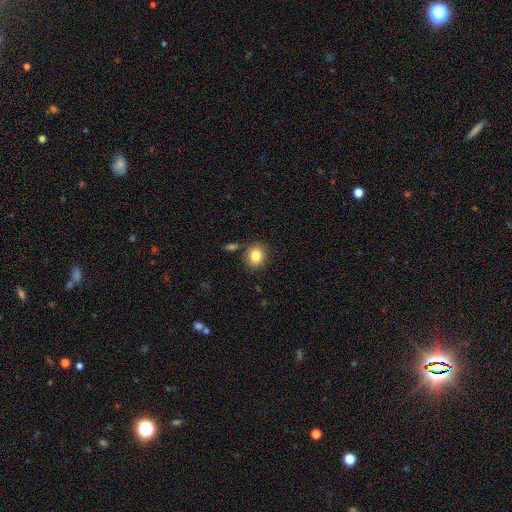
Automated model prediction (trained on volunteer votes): smooth_or_featured: smooth (p=0.84) [alt: star or artifact p=0.09]
how_rounded: round (p=0.71) [alt: in between p=0.29]
merging: none (p=0.84) [alt: minor disturbance p=0.09]